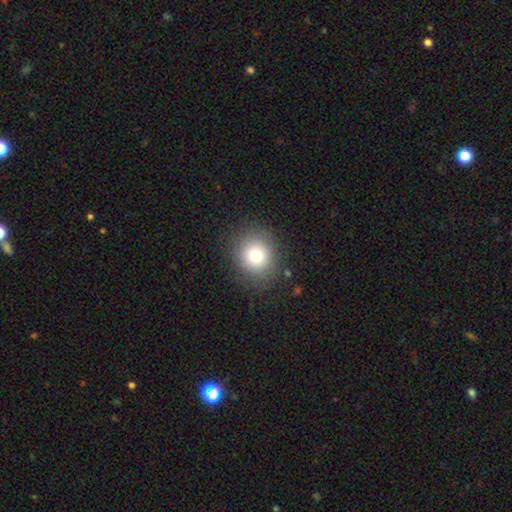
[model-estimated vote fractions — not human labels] Smooth or featured? smooth (77%)
How rounded? round (80%)
Merging? none (85%)